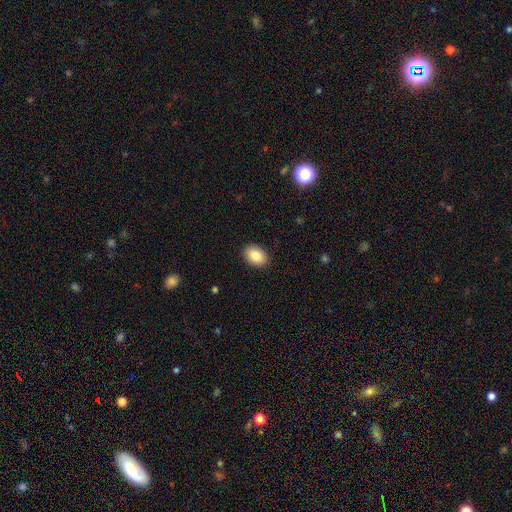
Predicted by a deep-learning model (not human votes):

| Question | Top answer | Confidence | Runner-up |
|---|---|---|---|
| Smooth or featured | smooth | 85% | star or artifact (8%) |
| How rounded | in between | 78% | round (21%) |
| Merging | none | 90% | minor disturbance (7%) |